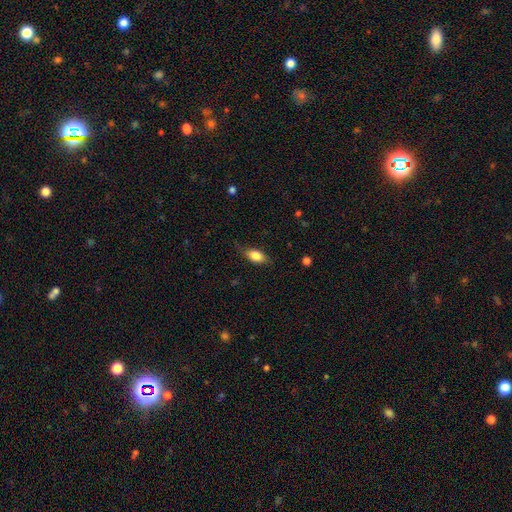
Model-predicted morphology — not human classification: Smooth or featured: smooth — 80% (featured or disk — 13%)
How rounded: in between — 85% (cigar-shaped — 8%)
Merging: none — 69% (minor disturbance — 23%)